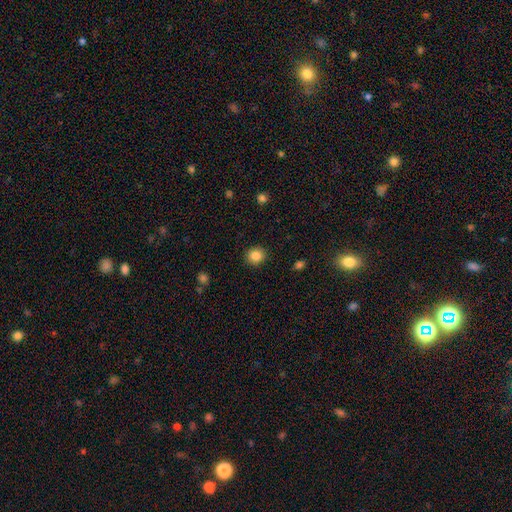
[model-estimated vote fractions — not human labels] Smooth or featured?
  - smooth: 85% *
  - star or artifact: 10%
  - featured or disk: 5%
How rounded?
  - round: 84% *
  - in between: 15%
  - cigar-shaped: 1%
Merging?
  - none: 91% *
  - minor disturbance: 6%
  - major disturbance: 2%
  - merger: 1%